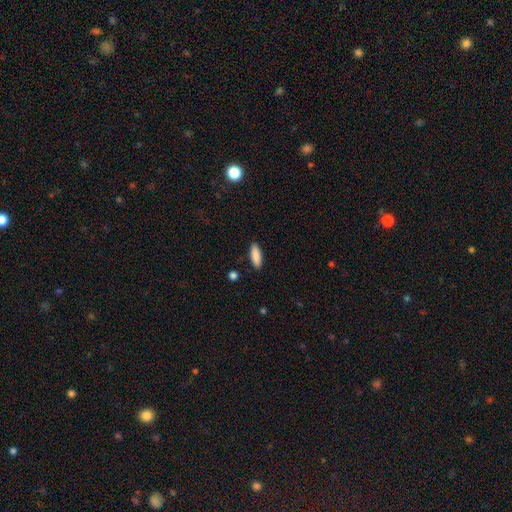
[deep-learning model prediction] This is clearly a smooth galaxy (89%). How rounded: possibly in between (57%). Merging: clearly none (88%).